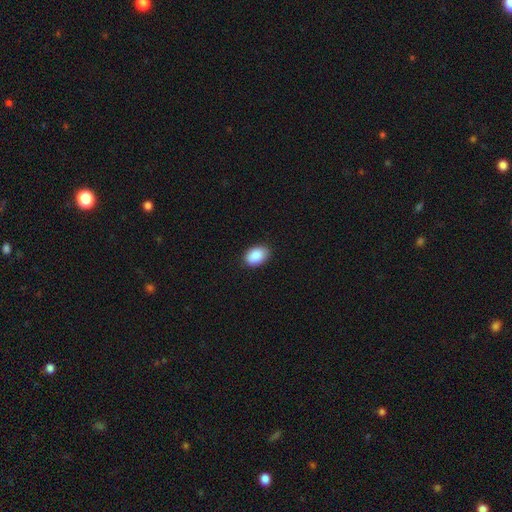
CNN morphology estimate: Smooth or featured? smooth (89%)
How rounded? in between (84%)
Merging? none (88%)